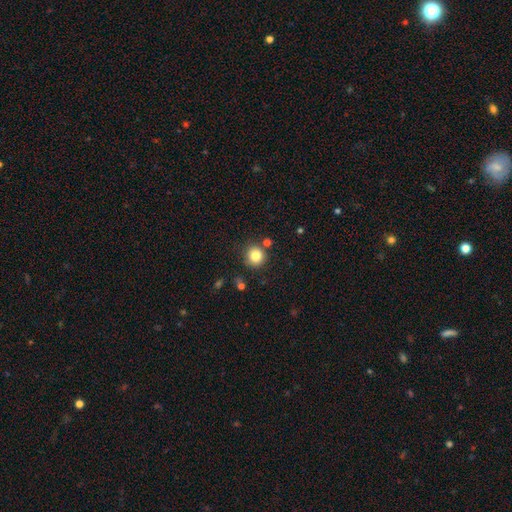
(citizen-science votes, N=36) Q: Smooth or featured?
A: smooth (89%); runner-up: featured or disk (6%)
Q: How rounded?
A: round (97%); runner-up: in between (3%)
Q: Merging?
A: none (76%); runner-up: minor disturbance (12%)